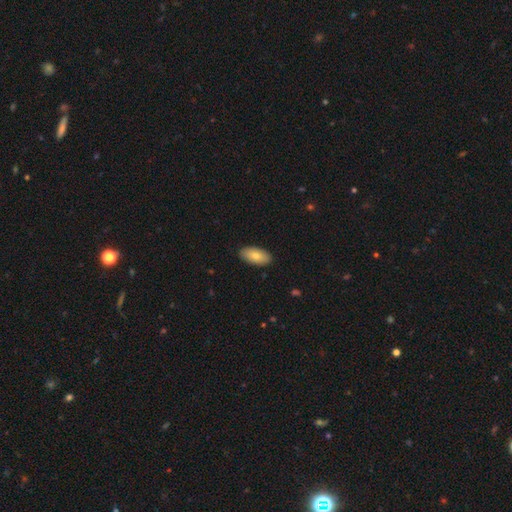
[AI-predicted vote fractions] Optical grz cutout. It shows a smooth galaxy with no disk features (80%) that is in between round and cigar-shaped (93%). Merging: none (88%).